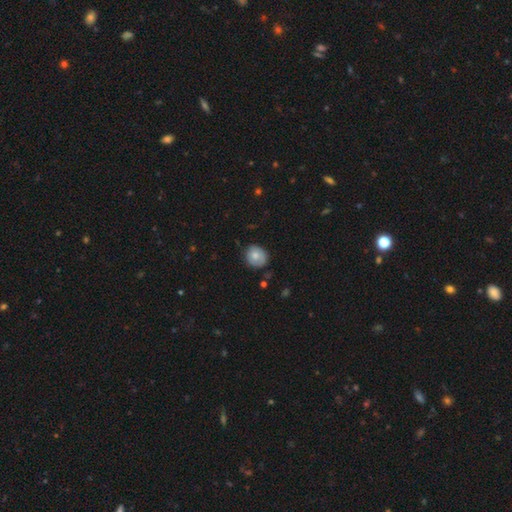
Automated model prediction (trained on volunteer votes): This is likely a smooth galaxy (71%). How rounded: likely round (76%). Merging: likely none (74%).